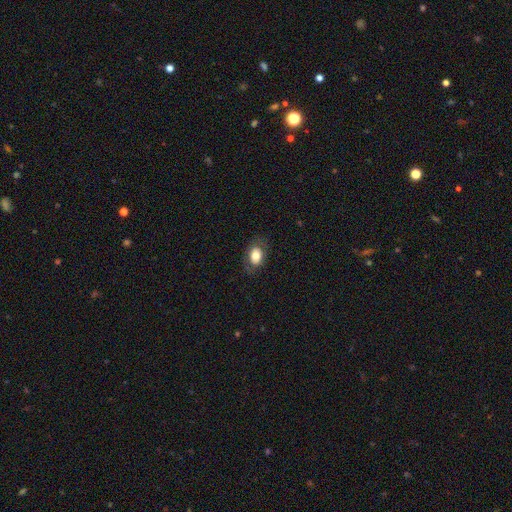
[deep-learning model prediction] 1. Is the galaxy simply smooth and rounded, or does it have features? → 74% smooth, 18% featured or disk, 8% star or artifact.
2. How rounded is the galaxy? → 79% in between, 20% round, 1% cigar-shaped.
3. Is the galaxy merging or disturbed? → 78% none, 15% minor disturbance, 6% major disturbance, 1% merger.